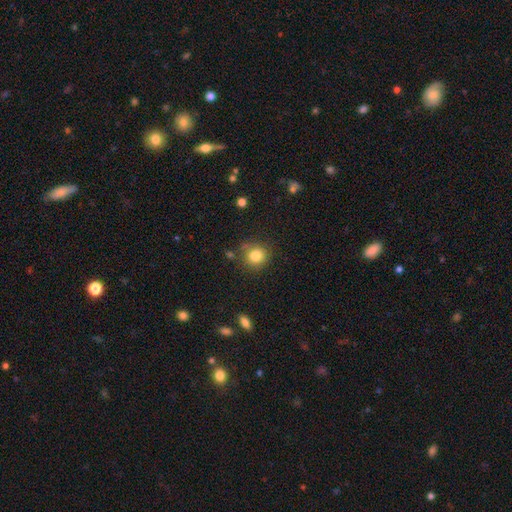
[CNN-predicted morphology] smooth 83%, star or artifact 11%, featured or disk 6%. Down the decision tree: how rounded — round (89%); merging — none (78%).